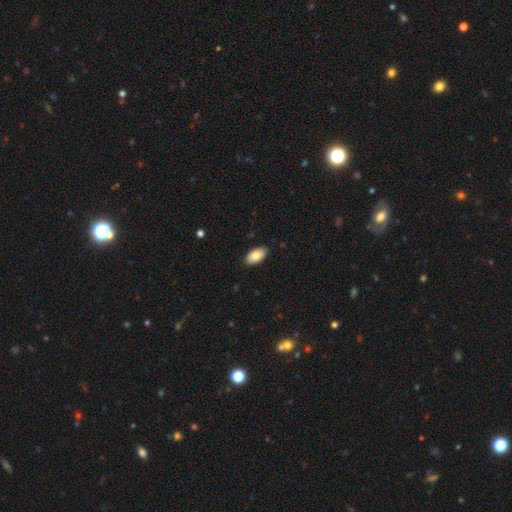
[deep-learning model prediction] Smooth or featured? smooth (84%)
How rounded? in between (95%)
Merging? none (88%)